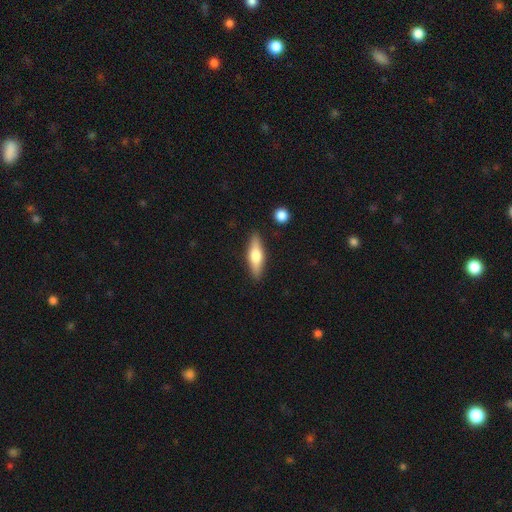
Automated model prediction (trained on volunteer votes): A smooth galaxy with no disk features (56%) that is cigar-shaped (54%). Merging: none (87%).